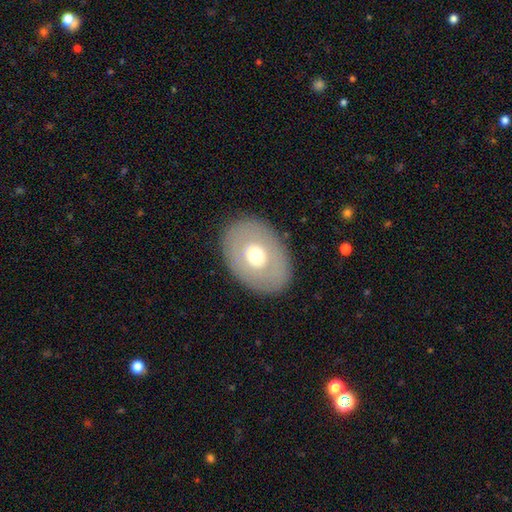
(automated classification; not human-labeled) This appears to be a smooth galaxy with no disk features (57%) that is in between round and cigar-shaped (72%). Merging: none (86%).